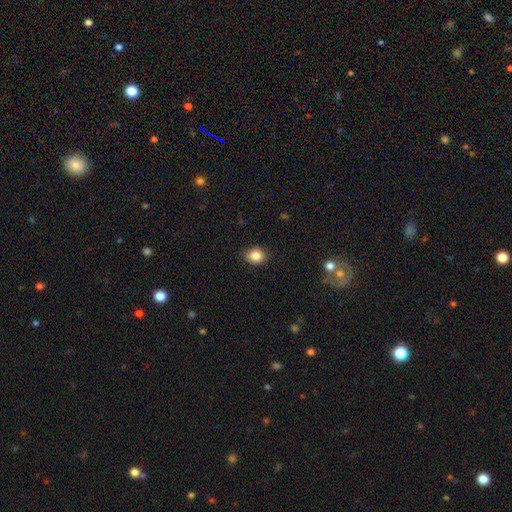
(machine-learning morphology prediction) smooth_or_featured: smooth (p=0.86) [alt: star or artifact p=0.10]
how_rounded: round (p=0.51) [alt: in between p=0.48]
merging: none (p=0.86) [alt: minor disturbance p=0.11]